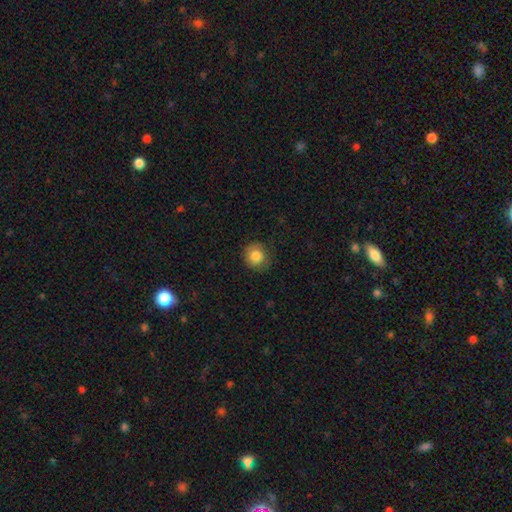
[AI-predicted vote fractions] A smooth galaxy with no disk features (83%) that is round (86%).

Vote fractions:
- Smooth or featured? smooth: 83% / star or artifact: 9% / featured or disk: 8%
- How rounded? round: 86% / in between: 13% / cigar-shaped: 1%
- Merging? none: 82% / minor disturbance: 14% / major disturbance: 3% / merger: 1%